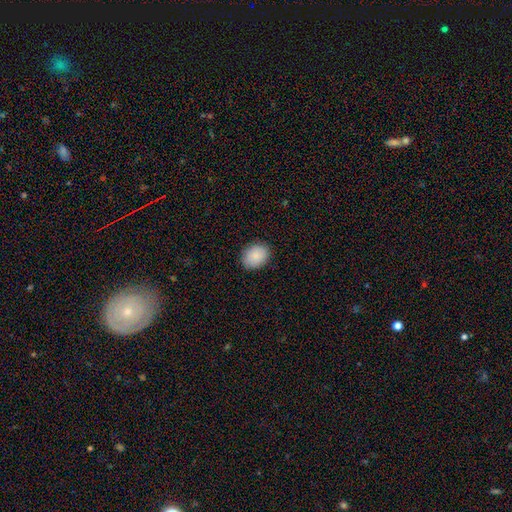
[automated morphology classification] A smooth galaxy with no disk features (88%) that is in between round and cigar-shaped (62%). Merging: none (88%).